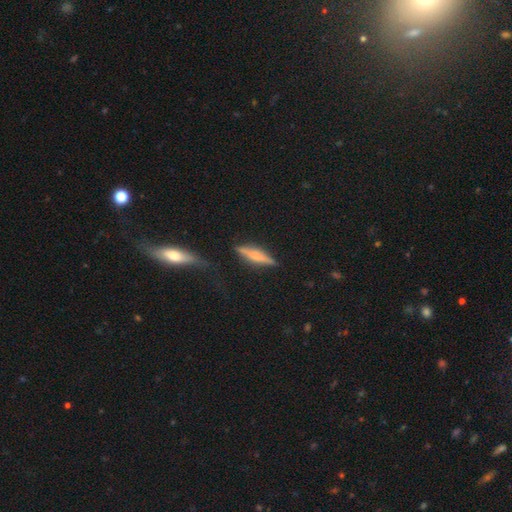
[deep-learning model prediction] The model was most divided on "smooth or featured": featured or disk: 49%, smooth: 44%, star or artifact: 8%. More confident: merging — none (76%).